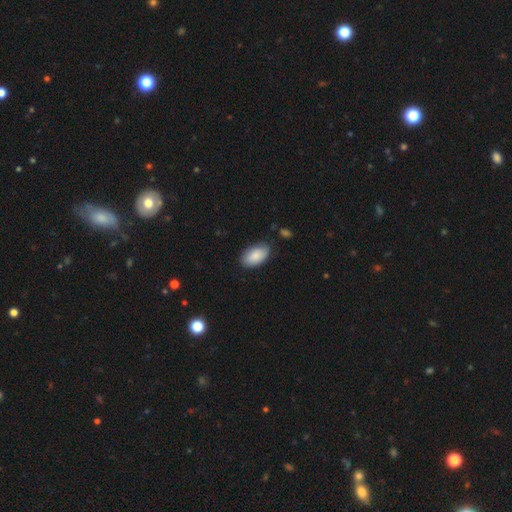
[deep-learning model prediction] Smooth or featured?
  - smooth: 87% *
  - featured or disk: 7%
  - star or artifact: 6%
How rounded?
  - in between: 95% *
  - round: 3%
  - cigar-shaped: 2%
Merging?
  - none: 79% *
  - minor disturbance: 16%
  - major disturbance: 3%
  - merger: 2%